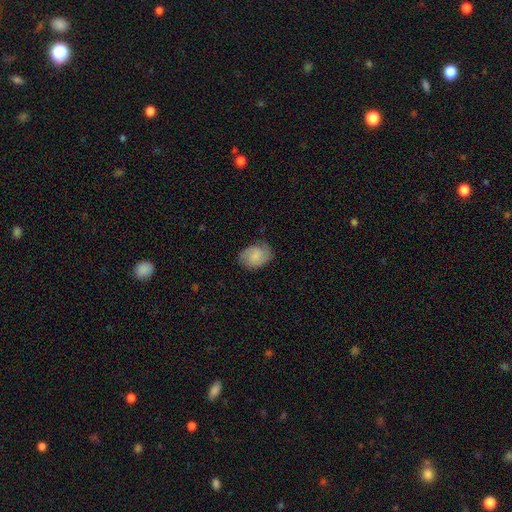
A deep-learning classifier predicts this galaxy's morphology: Q: Smooth or featured?
A: smooth (57%); runner-up: featured or disk (35%)
Q: How rounded?
A: in between (71%); runner-up: round (28%)
Q: Merging?
A: none (69%); runner-up: minor disturbance (23%)